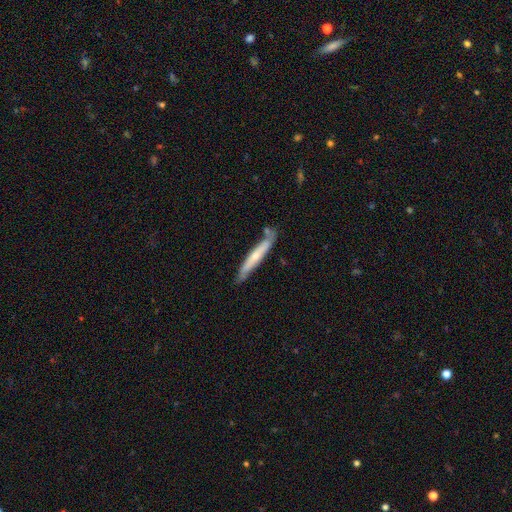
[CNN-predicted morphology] A featured or disk galaxy (48%). Merging: none (73%).